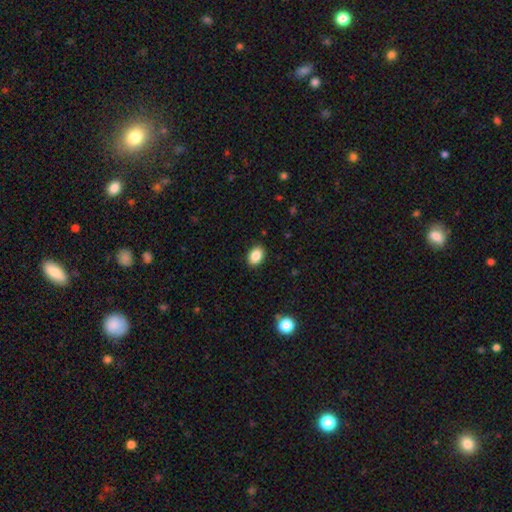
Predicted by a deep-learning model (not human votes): Smooth or featured? smooth (86%)
How rounded? in between (75%)
Merging? none (89%)